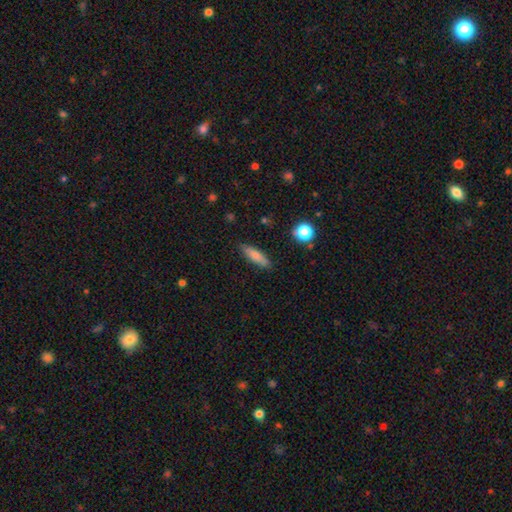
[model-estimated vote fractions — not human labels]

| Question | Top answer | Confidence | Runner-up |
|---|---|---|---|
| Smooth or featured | smooth | 76% | featured or disk (16%) |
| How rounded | cigar-shaped | 66% | in between (32%) |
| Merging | none | 85% | minor disturbance (11%) |